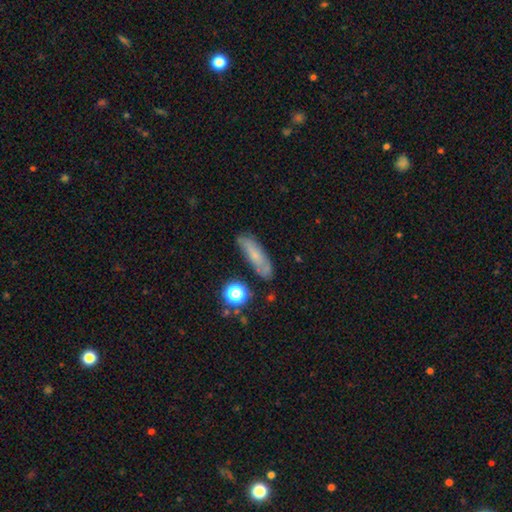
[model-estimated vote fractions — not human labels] Overall: smooth (52%; featured or disk 30%). How rounded: cigar-shaped (47%; in between 43%). Merging: none (75%).